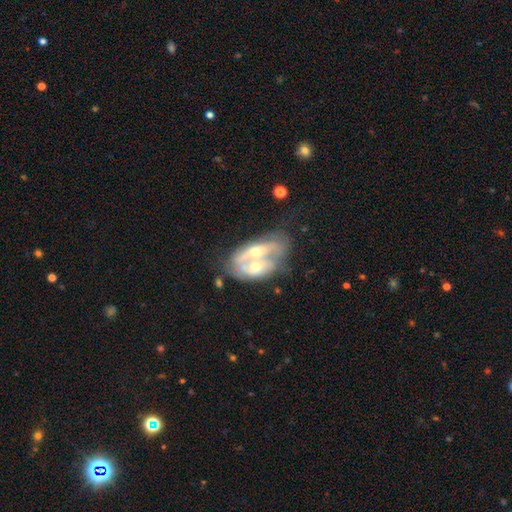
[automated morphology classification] This is likely a featured or disk galaxy (67%). It is clearly not viewed edge-on (93%). Bar: likely no (76%). Spiral arm pattern: likely no (61%). Central bulge: likely moderate (67%). Merging: likely merger (74%).